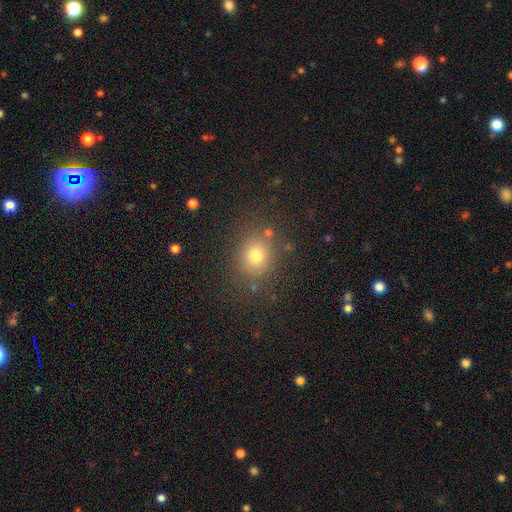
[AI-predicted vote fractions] Overall: smooth (76%). How rounded: round (68%; in between 31%). Merging: none (80%).